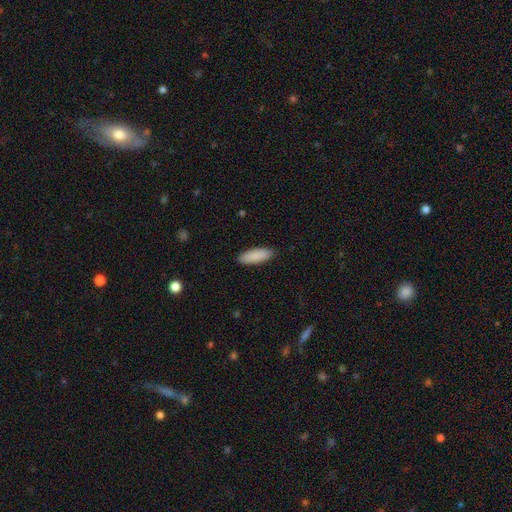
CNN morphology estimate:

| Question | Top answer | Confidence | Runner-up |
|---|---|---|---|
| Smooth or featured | smooth | 89% | star or artifact (6%) |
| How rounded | in between | 68% | cigar-shaped (30%) |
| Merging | none | 88% | minor disturbance (9%) |